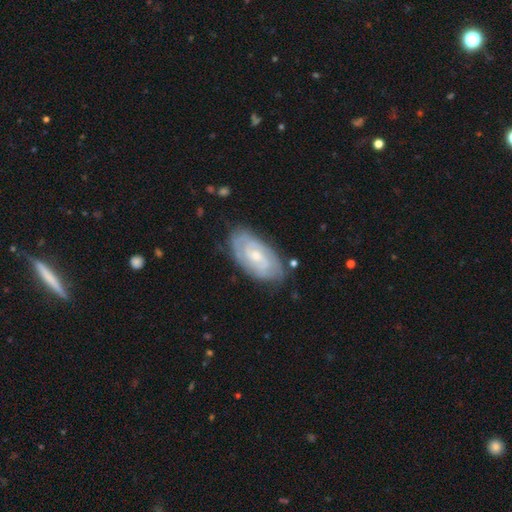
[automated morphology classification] Smooth or featured? featured or disk (78%)
Edge-on disk? no (94%)
Bar? no (52%)
Spiral arms? yes (91%)
Spiral winding? tight (69%)
Spiral arm count? 2 (42%)
Bulge size? small (51%)
Merging? none (77%)